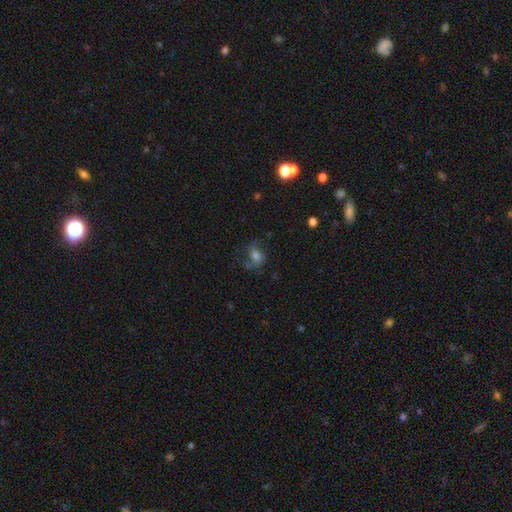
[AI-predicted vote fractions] Q: Smooth or featured?
A: smooth (47%); runner-up: featured or disk (34%)
Q: Merging?
A: none (49%); runner-up: major disturbance (26%)